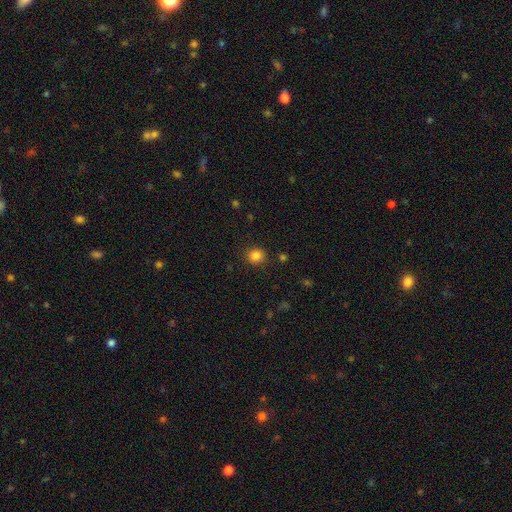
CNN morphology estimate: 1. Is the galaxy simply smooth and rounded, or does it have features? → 84% smooth, 12% star or artifact, 5% featured or disk.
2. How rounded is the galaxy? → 85% round, 14% in between, 1% cigar-shaped.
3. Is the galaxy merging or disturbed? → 90% none, 7% minor disturbance, 2% major disturbance, 1% merger.